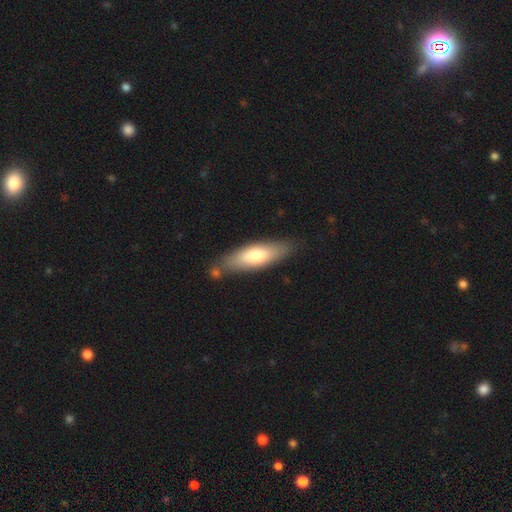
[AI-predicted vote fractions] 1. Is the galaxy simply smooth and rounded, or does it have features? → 69% smooth, 26% featured or disk, 6% star or artifact.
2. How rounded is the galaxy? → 54% in between, 44% cigar-shaped, 2% round.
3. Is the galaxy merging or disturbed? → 76% none, 14% minor disturbance, 6% merger, 3% major disturbance.